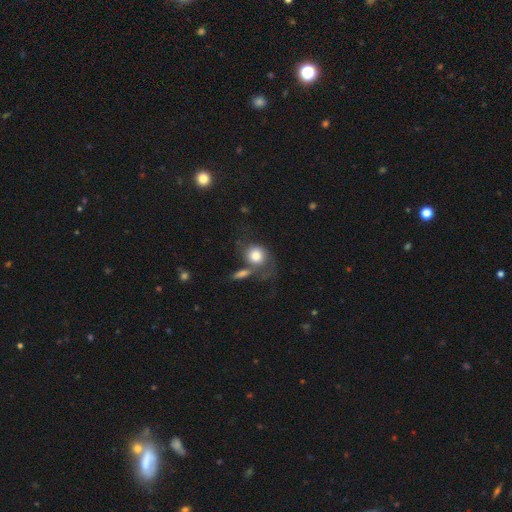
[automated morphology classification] Overall: smooth (74%). How rounded: round (68%; in between 31%). Merging: none (32%; merger 28%).